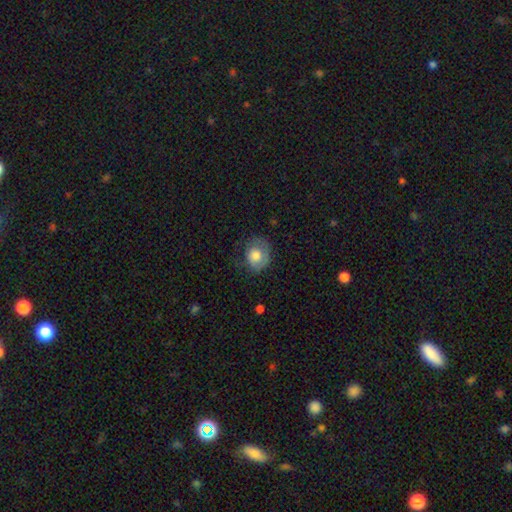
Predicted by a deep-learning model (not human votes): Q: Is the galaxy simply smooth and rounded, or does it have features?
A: smooth — 68%.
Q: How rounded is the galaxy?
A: round — 63%.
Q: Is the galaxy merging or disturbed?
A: none — 55%.